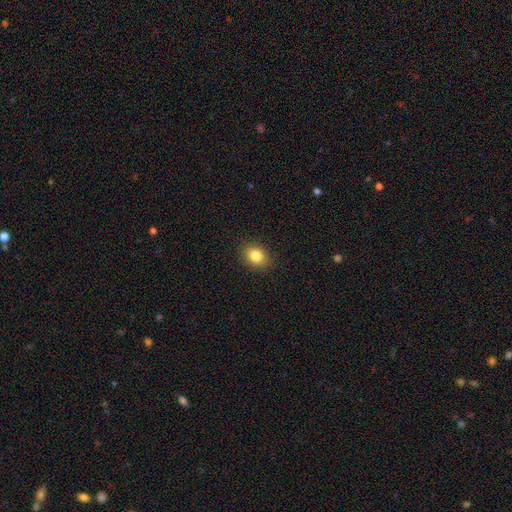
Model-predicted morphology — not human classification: This is clearly a smooth galaxy (83%). How rounded: possibly in between (59%). Merging: clearly none (89%).